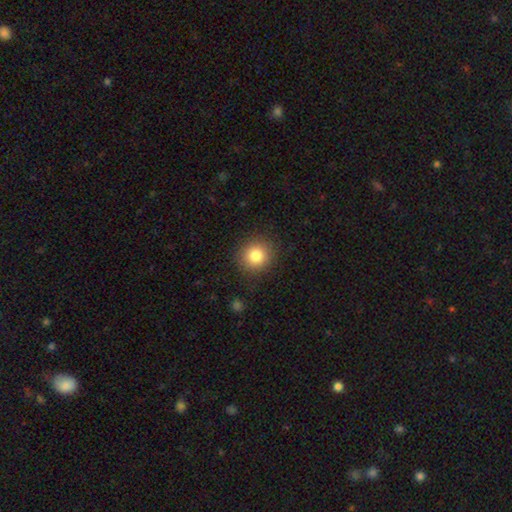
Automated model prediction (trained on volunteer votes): This appears to be a smooth galaxy with no disk features (83%) that is round (89%). Merging: none (89%).